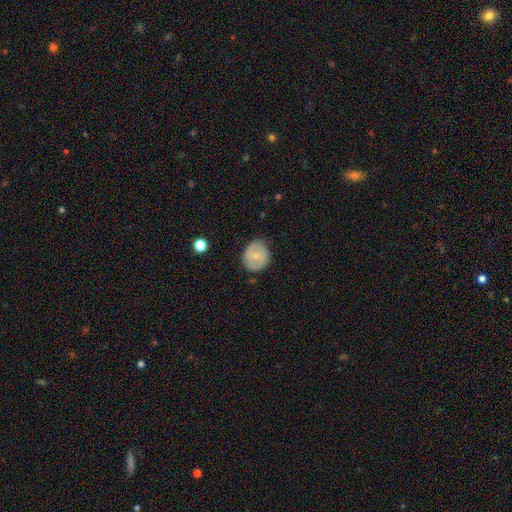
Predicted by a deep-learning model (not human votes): smooth 67%, featured or disk 26%, star or artifact 7%. Down the decision tree: how rounded — round (70%); merging — none (79%).